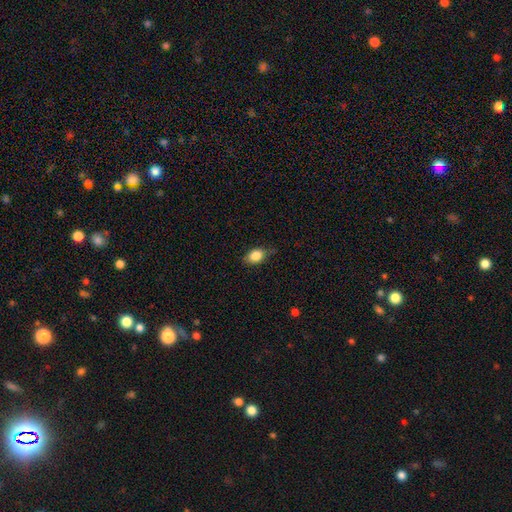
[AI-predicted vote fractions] Overall: smooth (84%). How rounded: in between (78%). Merging: none (74%).